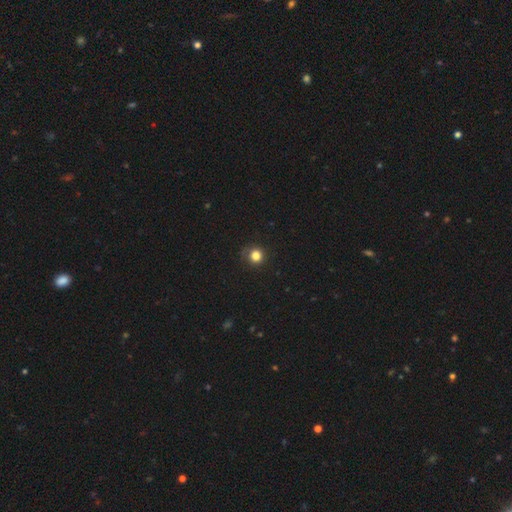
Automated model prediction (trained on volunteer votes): Q: Smooth or featured?
A: smooth (82%); runner-up: star or artifact (13%)
Q: How rounded?
A: round (93%); runner-up: in between (6%)
Q: Merging?
A: none (84%); runner-up: minor disturbance (12%)